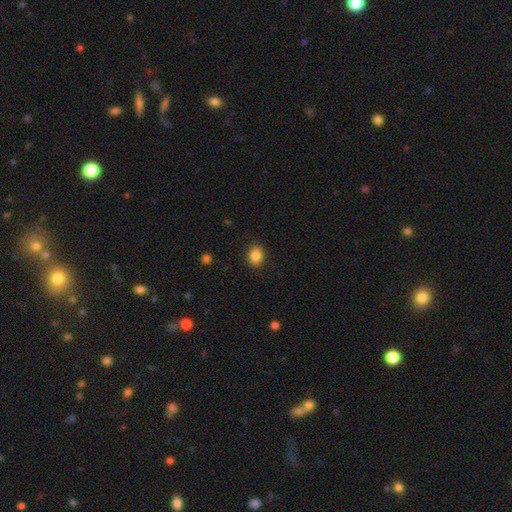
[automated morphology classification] Smooth or featured: smooth — 87% (star or artifact — 9%)
How rounded: in between — 56% (round — 43%)
Merging: none — 88% (minor disturbance — 8%)